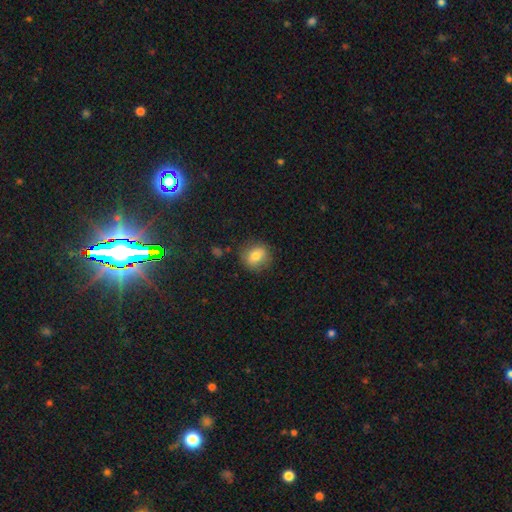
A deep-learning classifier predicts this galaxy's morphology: Overall: smooth (78%). How rounded: round (73%). Merging: none (82%).